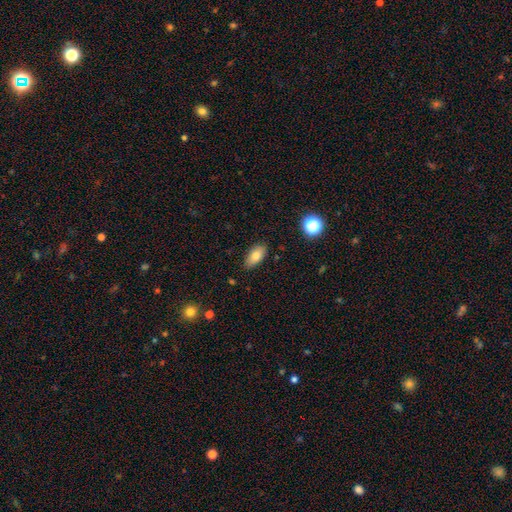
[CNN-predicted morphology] smooth_or_featured: smooth (p=0.79) [alt: featured or disk p=0.13]
how_rounded: in between (p=0.89) [alt: cigar-shaped p=0.07]
merging: none (p=0.85) [alt: minor disturbance p=0.12]